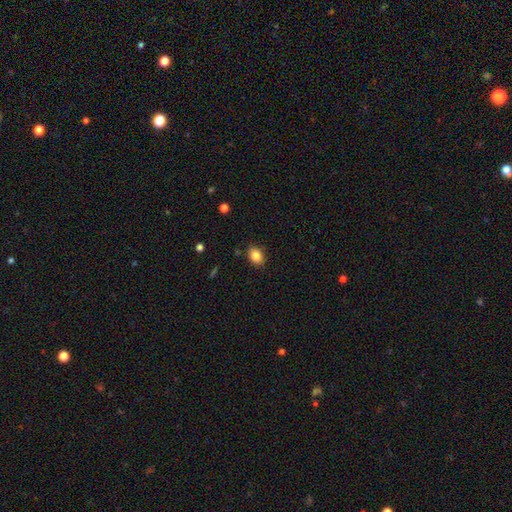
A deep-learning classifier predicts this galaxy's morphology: Smooth or featured? Predicted: smooth (p=0.84). How rounded? Predicted: in between (p=0.79). Merging? Predicted: none (p=0.87).